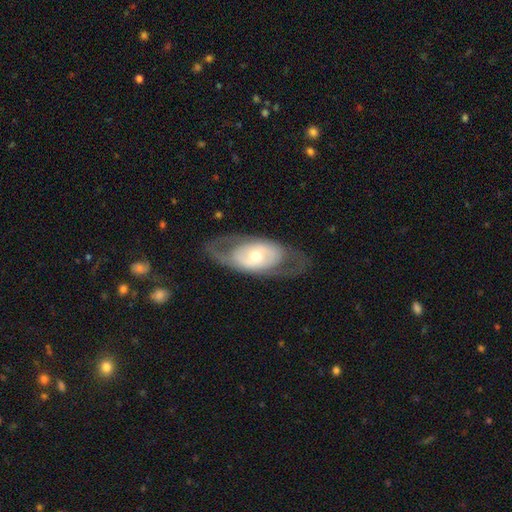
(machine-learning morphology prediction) Q: Smooth or featured?
A: featured or disk (67%); runner-up: smooth (28%)
Q: Edge-on disk?
A: no (88%); runner-up: yes (12%)
Q: Bar?
A: no (73%); runner-up: weak (18%)
Q: Spiral arms?
A: no (65%); runner-up: yes (35%)
Q: Bulge size?
A: moderate (62%); runner-up: small (27%)
Q: Merging?
A: none (73%); runner-up: minor disturbance (14%)